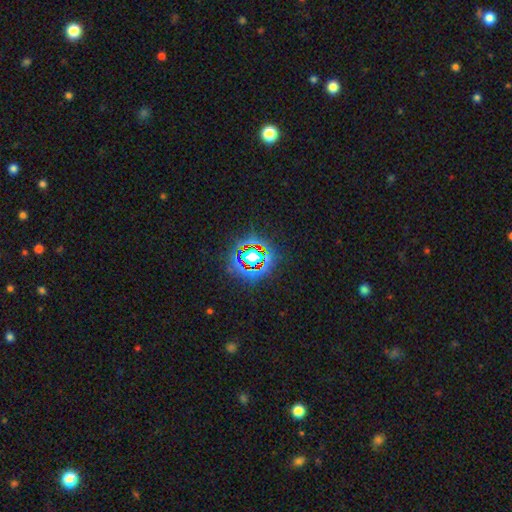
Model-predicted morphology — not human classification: Smooth or featured? star or artifact (77%)